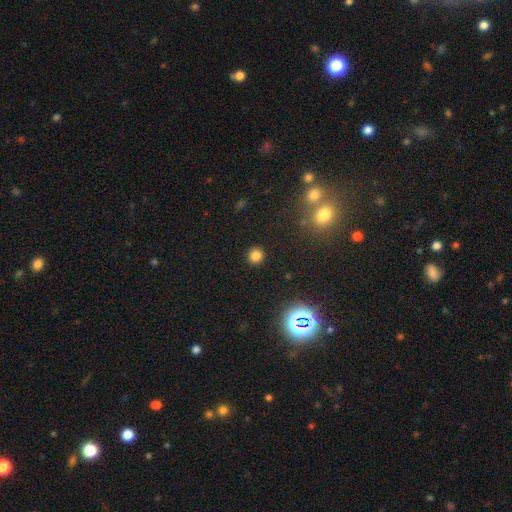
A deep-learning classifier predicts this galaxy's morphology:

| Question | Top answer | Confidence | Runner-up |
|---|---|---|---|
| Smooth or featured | smooth | 79% | star or artifact (16%) |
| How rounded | round | 91% | in between (8%) |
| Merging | none | 91% | minor disturbance (5%) |